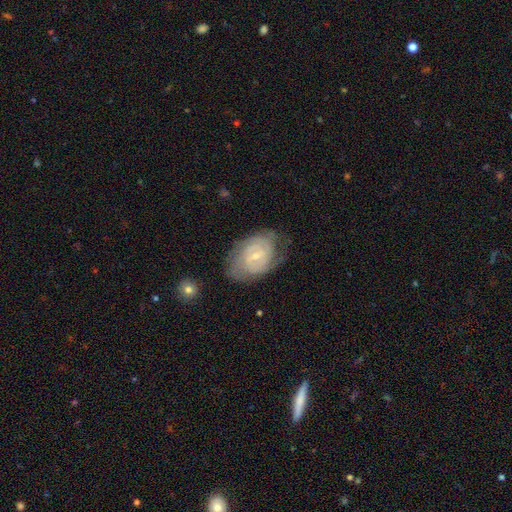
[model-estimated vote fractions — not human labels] Smooth or featured: featured or disk — 79% (smooth — 15%)
Edge-on disk: no — 97% (yes — 3%)
Bar: weak — 51% (no — 39%)
Spiral arms: yes — 92% (no — 8%)
Spiral winding: tight — 64% (medium — 29%)
Spiral arm count: 2 — 42% (can't tell — 34%)
Bulge size: small — 70% (moderate — 26%)
Merging: none — 66% (minor disturbance — 23%)